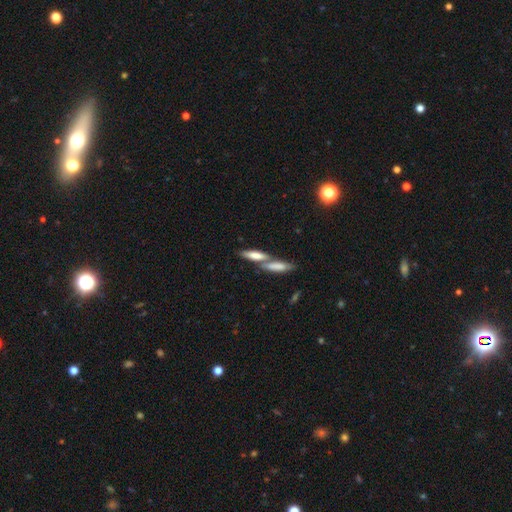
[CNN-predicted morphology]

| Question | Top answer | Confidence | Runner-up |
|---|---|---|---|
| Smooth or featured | smooth | 66% | featured or disk (27%) |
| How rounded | cigar-shaped | 61% | in between (37%) |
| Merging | merger | 49% | none (39%) |